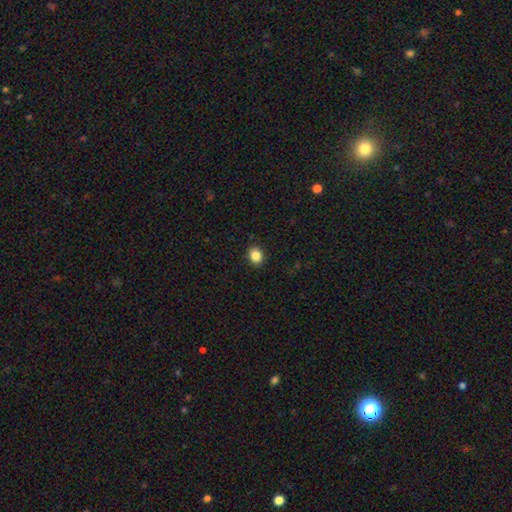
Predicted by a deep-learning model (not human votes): This is clearly a smooth galaxy (85%). How rounded: possibly round (60%). Merging: clearly none (91%).